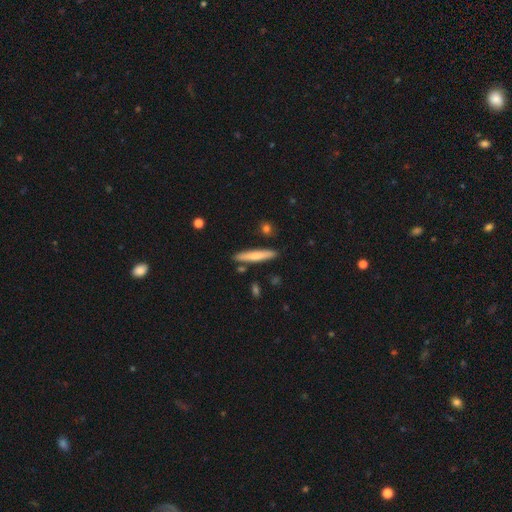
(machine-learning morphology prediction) A smooth galaxy with no disk features (67%) that is cigar-shaped (93%). Merging: none (86%).